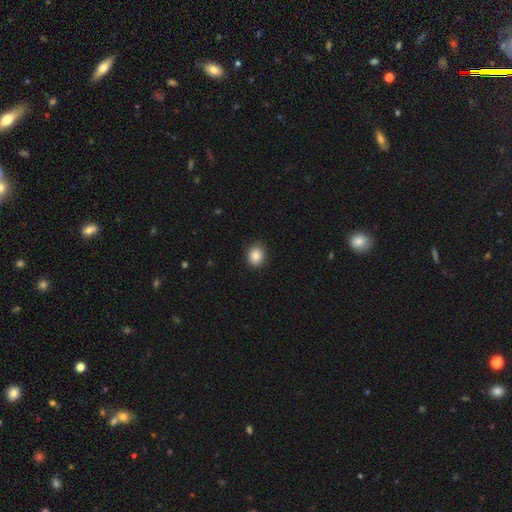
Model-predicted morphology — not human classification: Smooth or featured: smooth — 87% (star or artifact — 9%)
How rounded: round — 60% (in between — 39%)
Merging: none — 89% (minor disturbance — 8%)